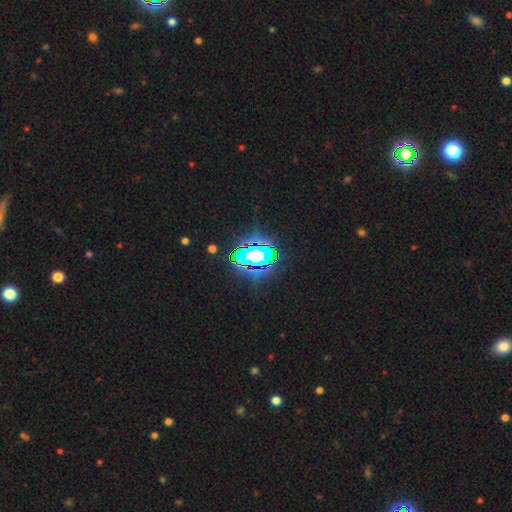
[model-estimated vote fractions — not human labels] Smooth or featured: star or artifact — 65% (featured or disk — 18%)